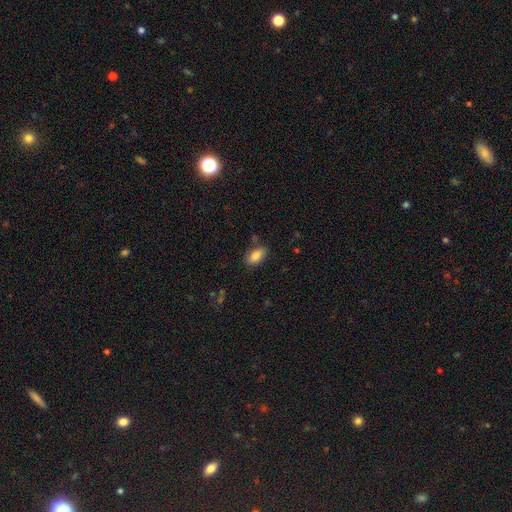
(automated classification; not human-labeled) This appears to be a smooth galaxy with no disk features (86%) that is in between round and cigar-shaped (92%). Merging: none (79%).